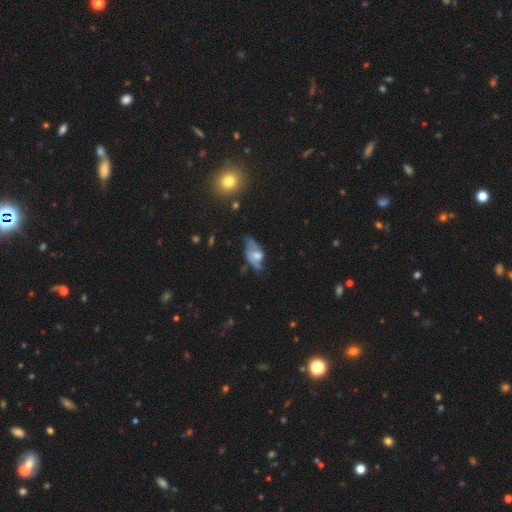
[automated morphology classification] The model was most divided on "merging": none: 32%, major disturbance: 31%, minor disturbance: 30%, merger: 7%. More confident: edge-on disk — no (89%); smooth or featured — featured or disk (50%).